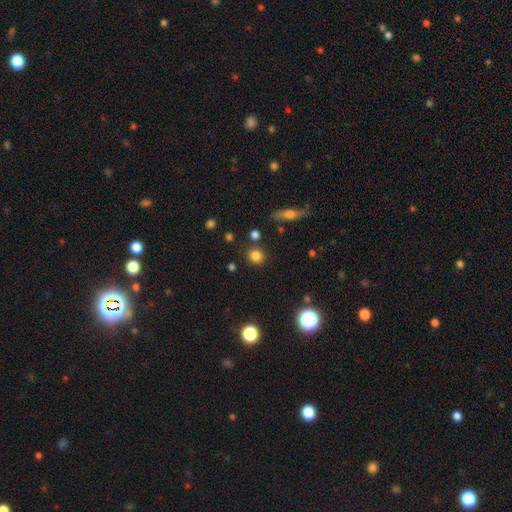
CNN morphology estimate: Overall: smooth (81%). How rounded: round (84%). Merging: none (83%).